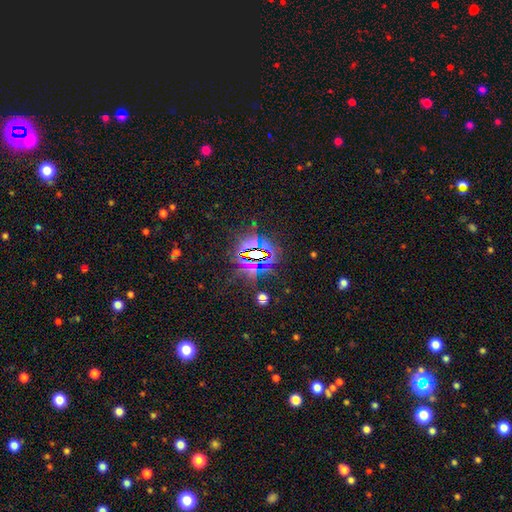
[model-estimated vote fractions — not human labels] Smooth or featured? Predicted: star or artifact (p=0.81).